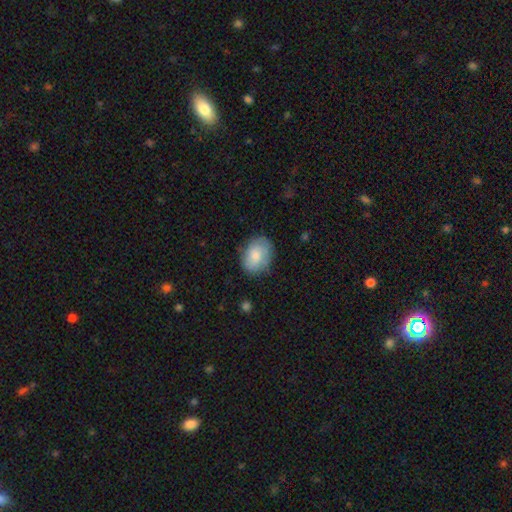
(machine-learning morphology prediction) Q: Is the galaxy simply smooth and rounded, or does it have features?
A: smooth — 71%.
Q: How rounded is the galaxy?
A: in between — 67%.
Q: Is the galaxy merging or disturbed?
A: none — 75%.